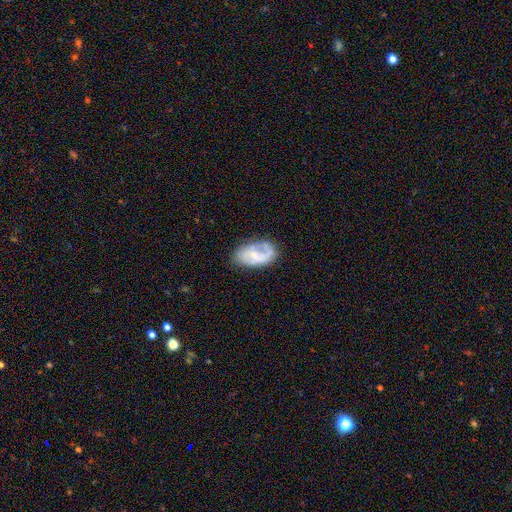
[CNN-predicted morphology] This appears to be a featured or disk galaxy (59%) with no bar (52%), spiral arms (67%) and a small central bulge (56%). Merging: none (55%).